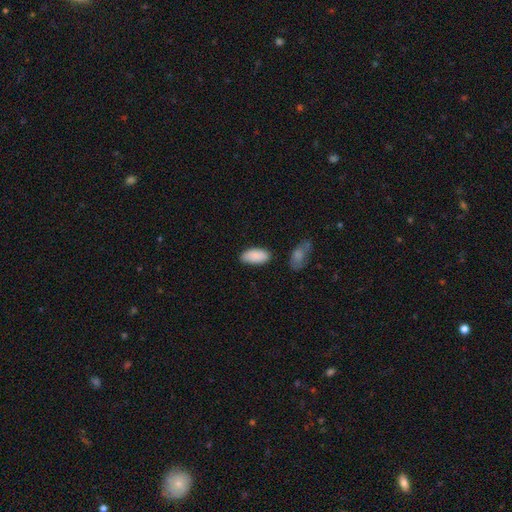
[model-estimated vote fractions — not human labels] Q: Smooth or featured?
A: smooth (89%); runner-up: star or artifact (6%)
Q: How rounded?
A: in between (93%); runner-up: cigar-shaped (5%)
Q: Merging?
A: none (80%); runner-up: minor disturbance (13%)